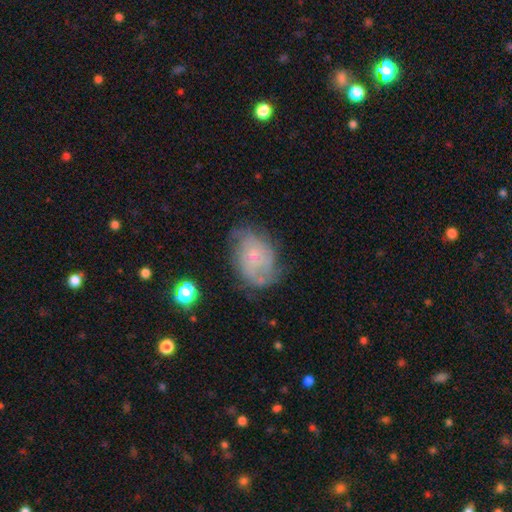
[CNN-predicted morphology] The model was most divided on "spiral winding": tight: 45%, medium: 38%, loose: 17%. Remaining: edge-on disk — no (97%); spiral arms — yes (83%); bar — no (78%); bulge size — small (76%); smooth or featured — featured or disk (65%); merging — none (61%); spiral arm count — can't tell (43%).